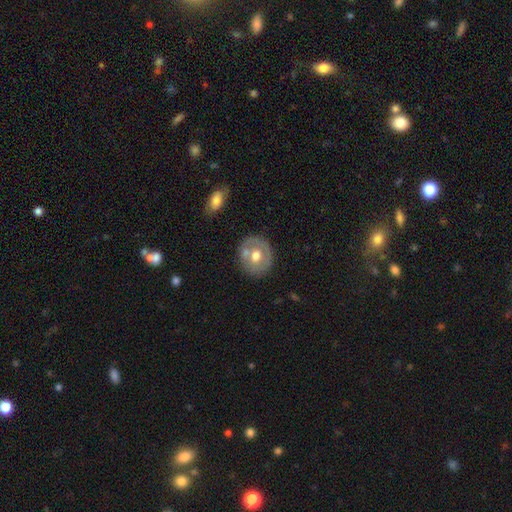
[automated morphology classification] smooth_or_featured: smooth (p=0.51) [alt: featured or disk p=0.42]
how_rounded: round (p=0.76) [alt: in between p=0.23]
merging: none (p=0.70) [alt: minor disturbance p=0.15]